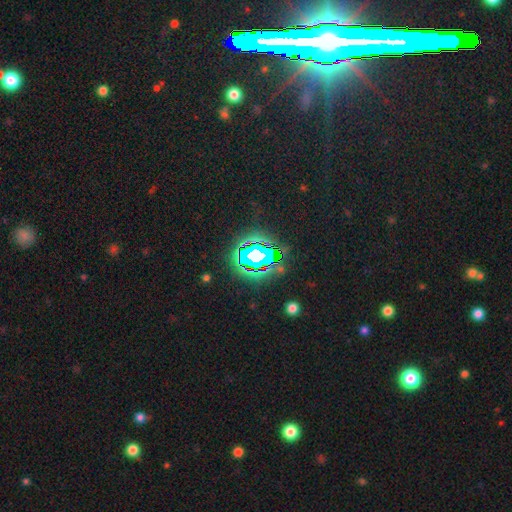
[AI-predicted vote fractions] star or artifact 77%, smooth 14%, featured or disk 9%.